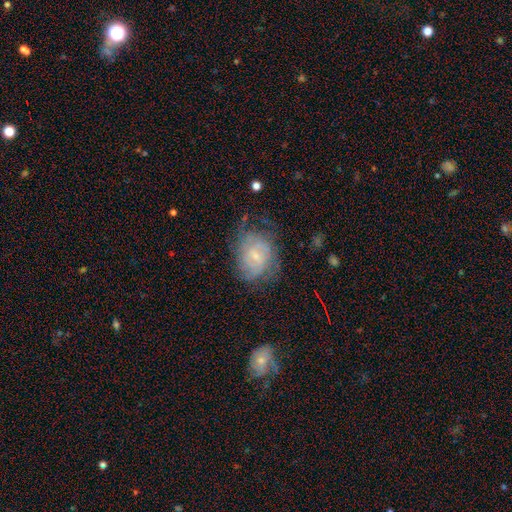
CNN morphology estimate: Smooth or featured? Predicted: featured or disk (p=0.56). Edge-on disk? Predicted: no (p=0.97). Bar? Predicted: no (p=0.55). Spiral arms? Predicted: yes (p=0.74). Bulge size? Predicted: small (p=0.68). Merging? Predicted: none (p=0.53).